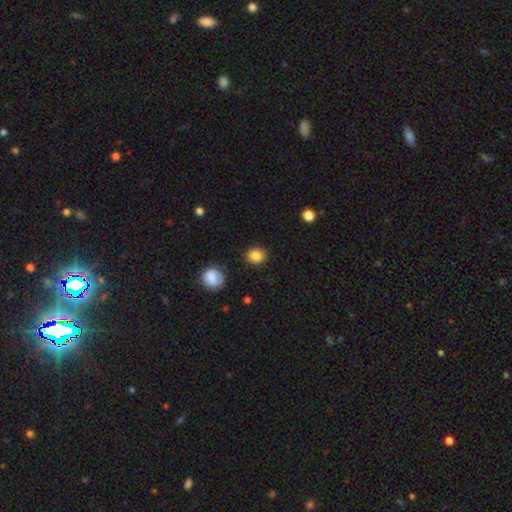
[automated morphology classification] A smooth galaxy with no disk features (85%) that is round (64%). Merging: none (86%).